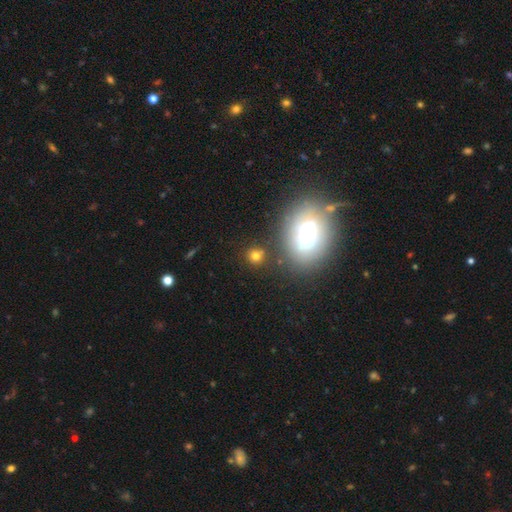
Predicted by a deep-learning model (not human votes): A smooth galaxy with no disk features (74%) that is round (81%).

Vote fractions:
- Smooth or featured? smooth: 74% / star or artifact: 16% / featured or disk: 10%
- How rounded? round: 81% / in between: 17% / cigar-shaped: 2%
- Merging? none: 75% / merger: 10% / minor disturbance: 10% / major disturbance: 4%